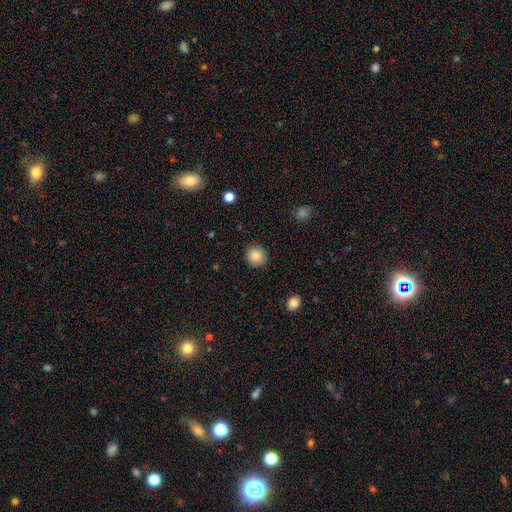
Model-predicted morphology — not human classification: Smooth or featured?
  - smooth: 87% *
  - star or artifact: 9%
  - featured or disk: 4%
How rounded?
  - round: 91% *
  - in between: 8%
  - cigar-shaped: 1%
Merging?
  - none: 90% *
  - minor disturbance: 7%
  - major disturbance: 2%
  - merger: 1%